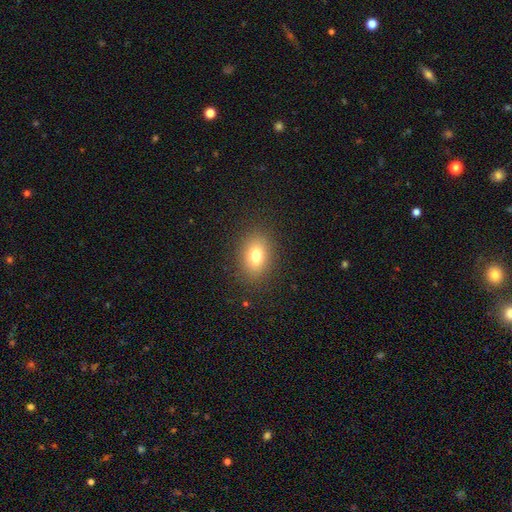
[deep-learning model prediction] Smooth or featured: smooth — 78% (featured or disk — 11%)
How rounded: in between — 76% (round — 22%)
Merging: none — 87% (minor disturbance — 8%)